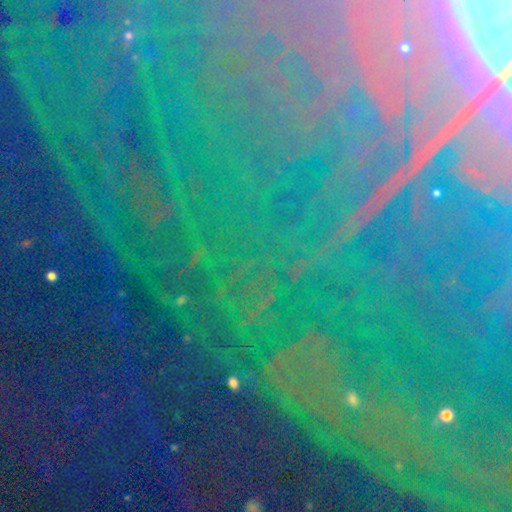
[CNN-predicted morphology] smooth_or_featured: star or artifact (p=0.85) [alt: featured or disk p=0.08]